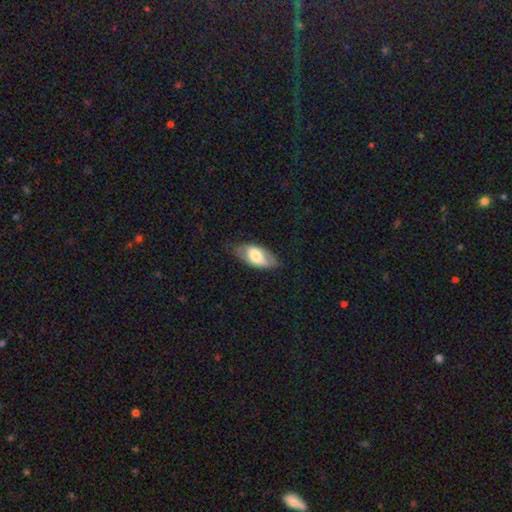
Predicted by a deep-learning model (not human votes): smooth_or_featured: smooth (p=0.62) [alt: featured or disk p=0.32]
how_rounded: in between (p=0.92) [alt: cigar-shaped p=0.05]
merging: none (p=0.70) [alt: minor disturbance p=0.23]